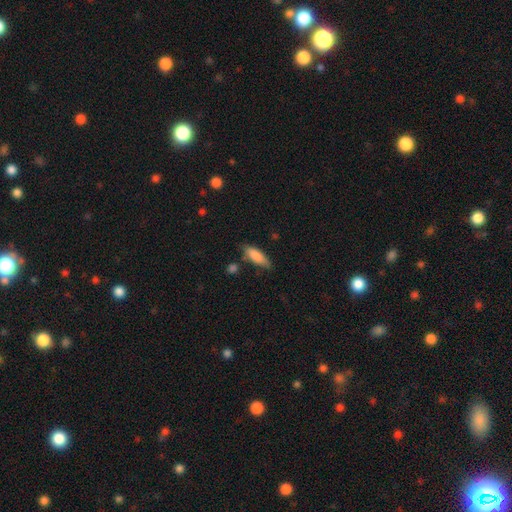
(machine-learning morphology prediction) smooth-or-featured: smooth: 84% | featured or disk: 10% | star or artifact: 6%
  how-rounded: in between: 60% | cigar-shaped: 38% | round: 2%
  merging: none: 69% | minor disturbance: 22% | merger: 5% | major disturbance: 4%